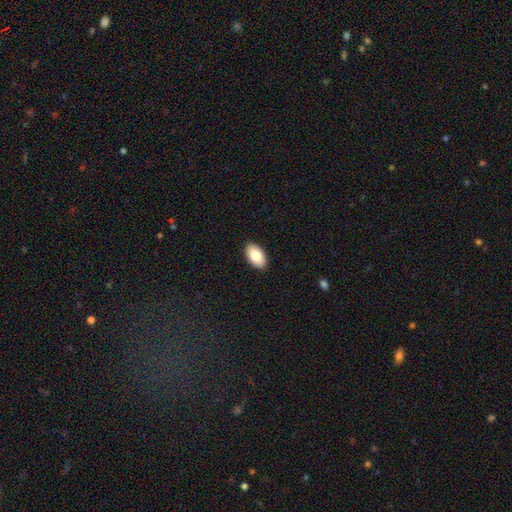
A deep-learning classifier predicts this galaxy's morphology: Smooth or featured?
  - smooth: 82% *
  - featured or disk: 11%
  - star or artifact: 6%
How rounded?
  - in between: 95% *
  - round: 4%
  - cigar-shaped: 1%
Merging?
  - none: 91% *
  - minor disturbance: 7%
  - major disturbance: 2%
  - merger: 1%